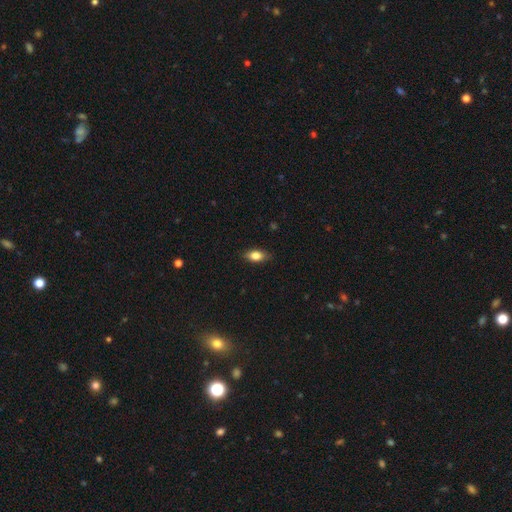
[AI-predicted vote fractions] smooth-or-featured: smooth: 78% | featured or disk: 14% | star or artifact: 8%
  how-rounded: in between: 85% | cigar-shaped: 9% | round: 6%
  merging: none: 86% | minor disturbance: 11% | major disturbance: 2% | merger: 1%